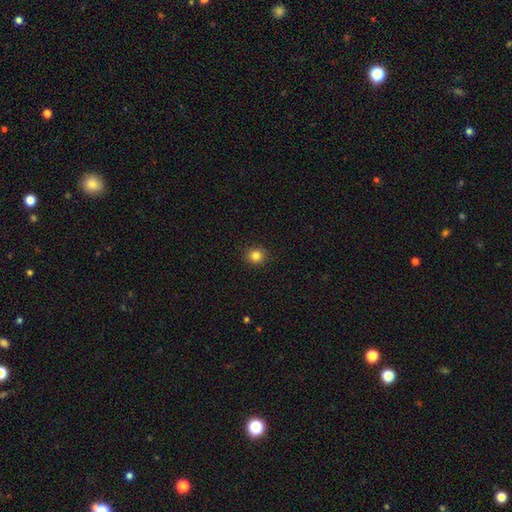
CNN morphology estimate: A smooth galaxy with no disk features (84%) that is round (89%).

Vote fractions:
- Smooth or featured? smooth: 84% / star or artifact: 12% / featured or disk: 5%
- How rounded? round: 89% / in between: 10% / cigar-shaped: 1%
- Merging? none: 91% / minor disturbance: 6% / major disturbance: 2% / merger: 1%